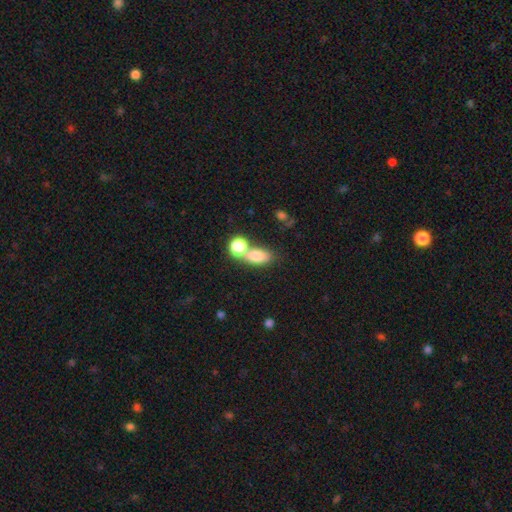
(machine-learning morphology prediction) This appears to be a smooth galaxy with no disk features (78%) that is in between round and cigar-shaped (78%). Merging: none (44%).